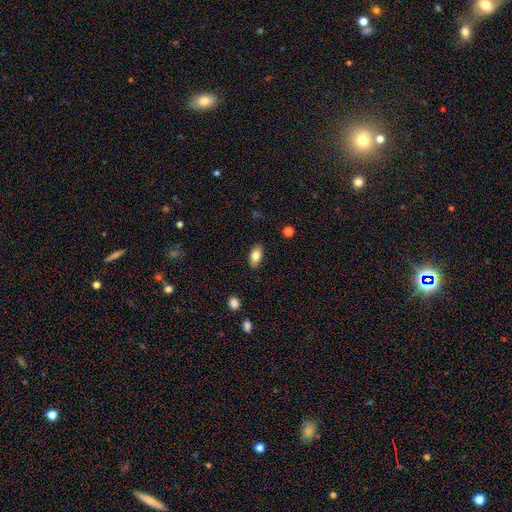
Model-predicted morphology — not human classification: Smooth or featured: smooth — 82% (featured or disk — 10%)
How rounded: in between — 91% (round — 5%)
Merging: none — 86% (minor disturbance — 10%)